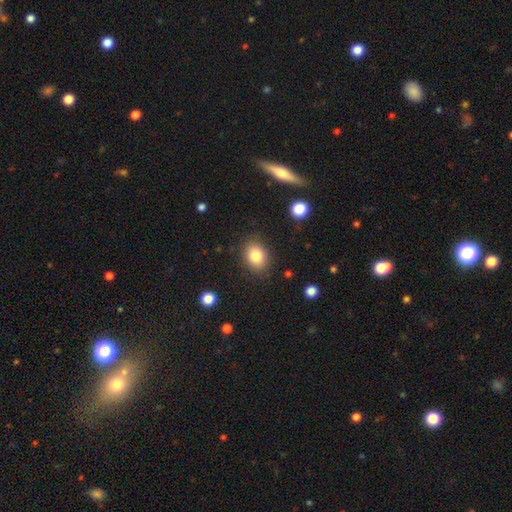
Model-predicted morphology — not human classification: This appears to be a smooth galaxy with no disk features (82%) that is in between round and cigar-shaped (62%). Merging: none (85%).